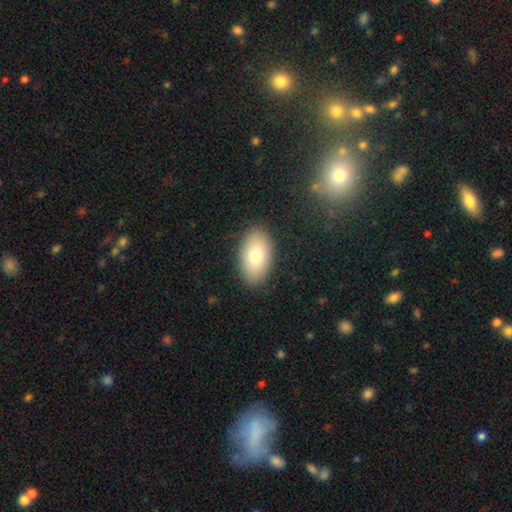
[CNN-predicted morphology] smooth-or-featured: smooth: 76% | featured or disk: 17% | star or artifact: 8%
  how-rounded: in between: 92% | round: 6% | cigar-shaped: 2%
  merging: none: 87% | minor disturbance: 9% | major disturbance: 3% | merger: 1%